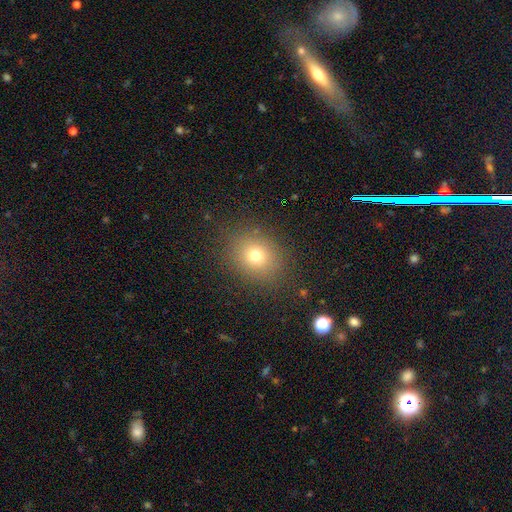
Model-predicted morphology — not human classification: The model was most divided on "how rounded": round: 66%, in between: 33%, cigar-shaped: 1%. More confident: merging — none (86%); smooth or featured — smooth (74%).